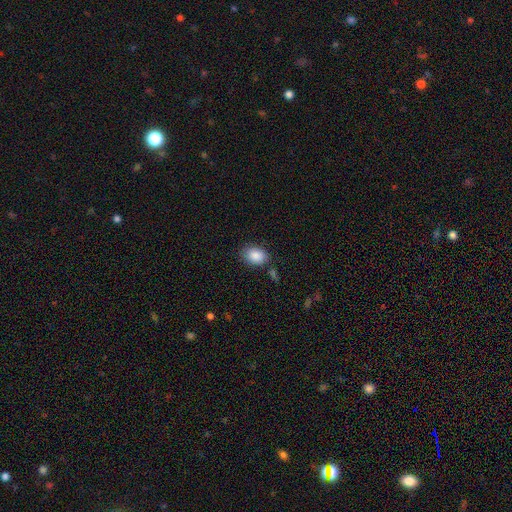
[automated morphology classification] This is clearly a smooth galaxy (87%). How rounded: likely in between (78%). Merging: likely none (77%).